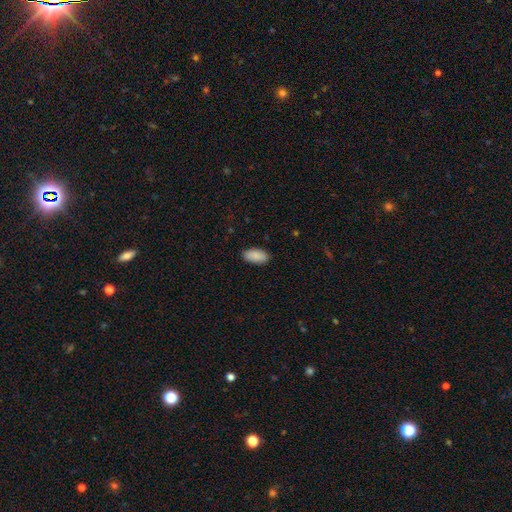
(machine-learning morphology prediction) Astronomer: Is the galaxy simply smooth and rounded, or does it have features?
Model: smooth — 89%.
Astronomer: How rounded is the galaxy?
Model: in between — 95%.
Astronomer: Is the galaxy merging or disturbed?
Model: none — 88%.